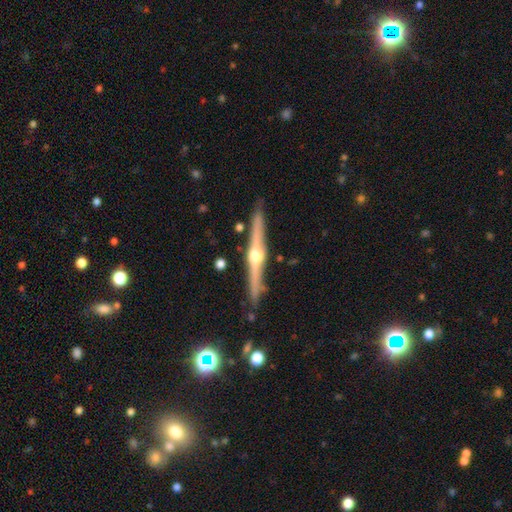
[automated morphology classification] A featured or disk galaxy (81%) viewed edge-on (98%) with a rounded central bulge (95%). Merging: none (86%).